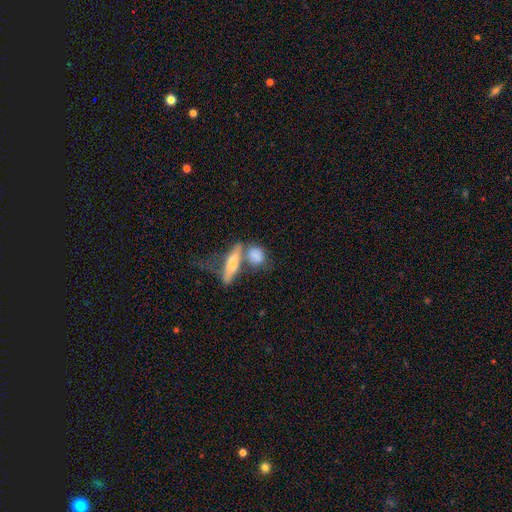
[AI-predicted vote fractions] smooth_or_featured: smooth (p=0.75) [alt: featured or disk p=0.17]
how_rounded: in between (p=0.55) [alt: cigar-shaped p=0.23]
merging: merger (p=0.48) [alt: none p=0.32]